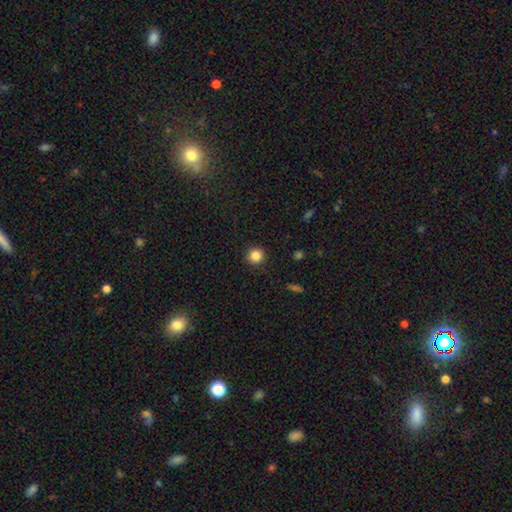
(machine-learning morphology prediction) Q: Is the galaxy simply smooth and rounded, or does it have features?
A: smooth — 84%.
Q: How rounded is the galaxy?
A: round — 94%.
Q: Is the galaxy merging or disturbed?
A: none — 91%.